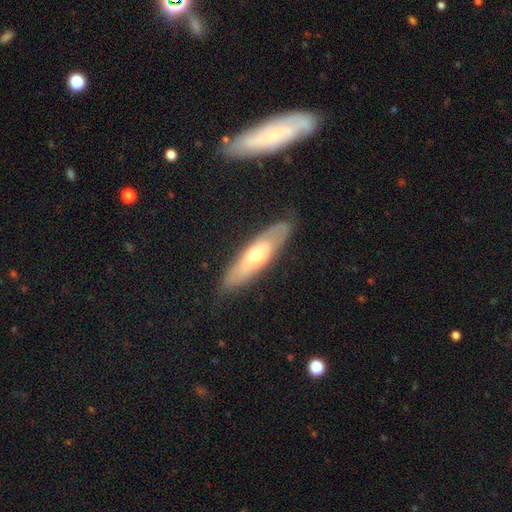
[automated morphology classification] featured or disk 52%, smooth 41%, star or artifact 6%. Down the decision tree: edge-on disk — no (57%); merging — none (82%).